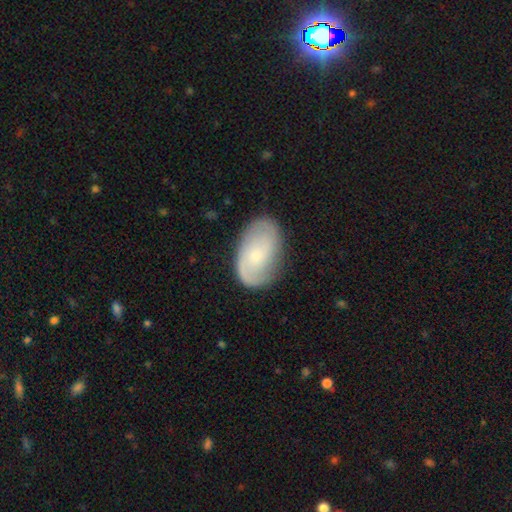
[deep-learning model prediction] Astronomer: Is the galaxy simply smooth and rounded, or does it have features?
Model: featured or disk — 62%.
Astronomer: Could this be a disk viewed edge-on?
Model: no — 96%.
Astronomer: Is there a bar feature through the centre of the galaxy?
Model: no — 70%.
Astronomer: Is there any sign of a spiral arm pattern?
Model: yes — 87%.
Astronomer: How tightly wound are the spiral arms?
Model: medium — 39% (runner-up: tight, 32%).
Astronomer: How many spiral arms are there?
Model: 2 — 63%.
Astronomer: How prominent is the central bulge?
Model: small — 64%.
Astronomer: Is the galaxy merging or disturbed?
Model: none — 72%.